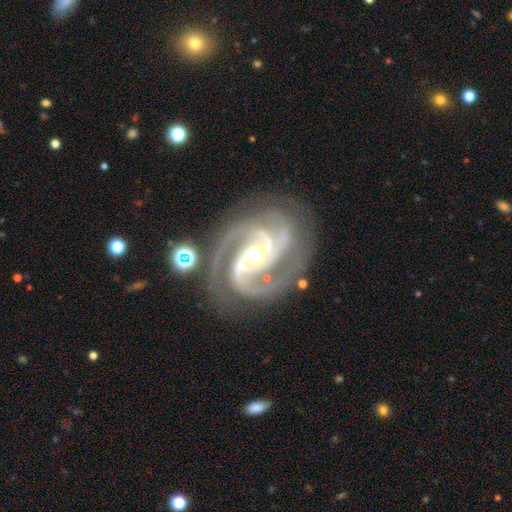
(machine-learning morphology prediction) featured or disk 94%, star or artifact 4%, smooth 2%. Down the decision tree: edge-on disk — no (98%); bar — no (43%); spiral arms — yes (99%); spiral arm count — 2 (46%); spiral winding — medium (49%); bulge size — moderate (68%); merging — none (71%).